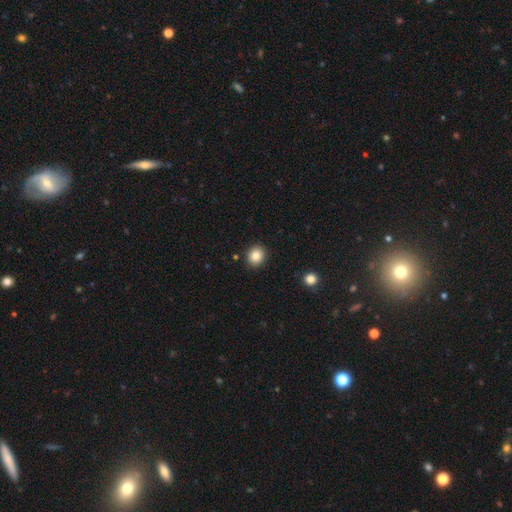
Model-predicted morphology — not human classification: A smooth galaxy with no disk features (85%) that is round (74%). Merging: none (90%).